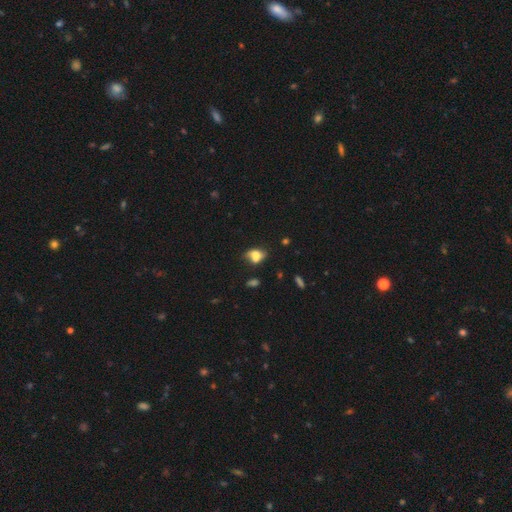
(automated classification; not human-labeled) Smooth or featured? smooth (68%)
How rounded? in between (74%)
Merging? none (39%)